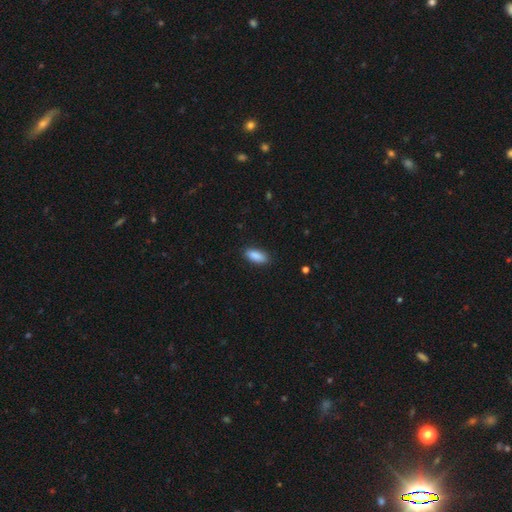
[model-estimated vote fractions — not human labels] Morphology: type=smooth (89%); roundness=in between (85%); merging=none (86%).